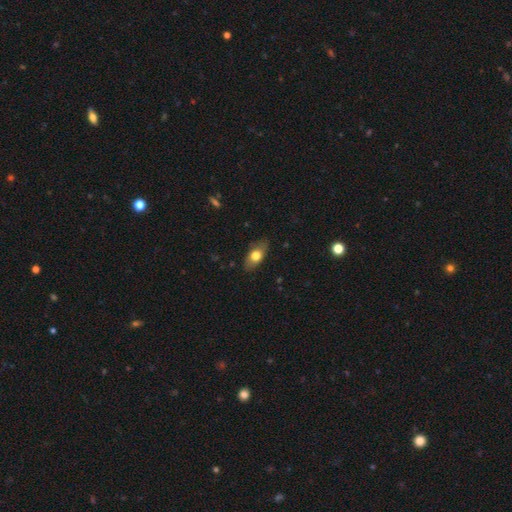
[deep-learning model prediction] Smooth or featured?
  - smooth: 70% *
  - featured or disk: 23%
  - star or artifact: 7%
How rounded?
  - in between: 83% *
  - cigar-shaped: 9%
  - round: 8%
Merging?
  - none: 82% *
  - minor disturbance: 14%
  - major disturbance: 3%
  - merger: 1%